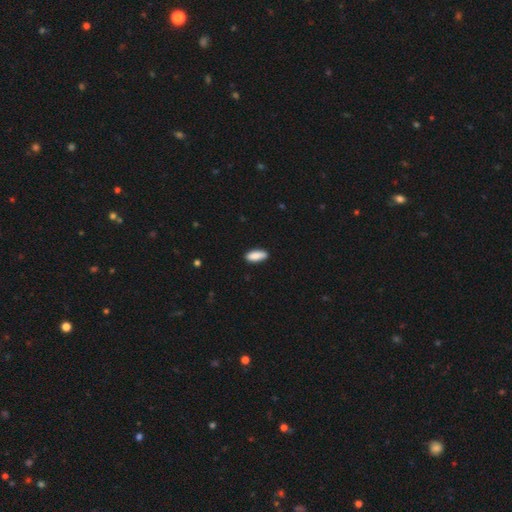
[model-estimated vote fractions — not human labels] A smooth galaxy with no disk features (88%) that is in between round and cigar-shaped (74%).

Vote fractions:
- Smooth or featured? smooth: 88% / star or artifact: 6% / featured or disk: 6%
- How rounded? in between: 74% / cigar-shaped: 24% / round: 2%
- Merging? none: 85% / minor disturbance: 12% / major disturbance: 2% / merger: 1%